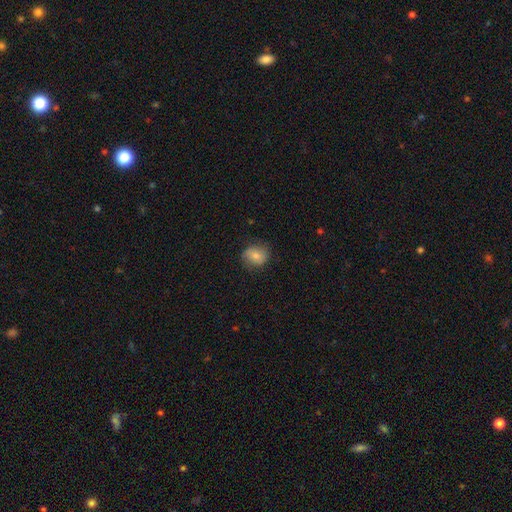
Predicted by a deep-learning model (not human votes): A smooth galaxy with no disk features (74%) that is round (61%).

Vote fractions:
- Smooth or featured? smooth: 74% / featured or disk: 17% / star or artifact: 9%
- How rounded? round: 61% / in between: 37% / cigar-shaped: 1%
- Merging? none: 77% / minor disturbance: 17% / major disturbance: 5% / merger: 1%